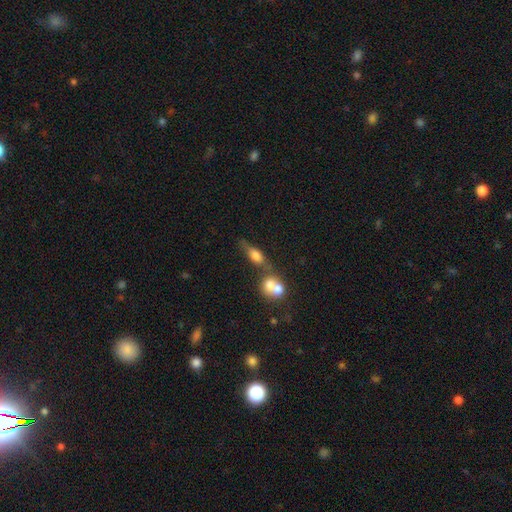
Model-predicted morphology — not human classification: Smooth or featured: smooth — 58% (featured or disk — 32%)
How rounded: in between — 63% (cigar-shaped — 26%)
Merging: none — 40% (merger — 33%)